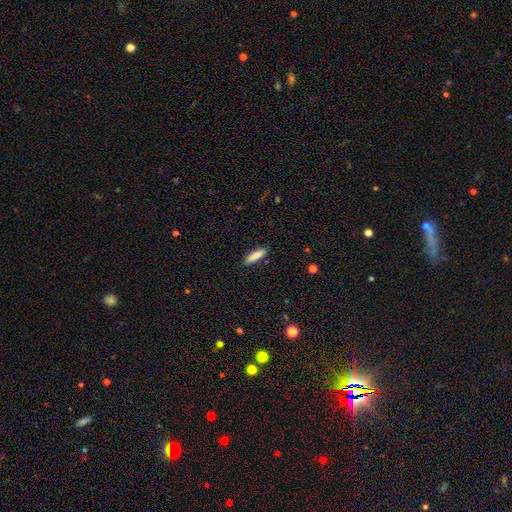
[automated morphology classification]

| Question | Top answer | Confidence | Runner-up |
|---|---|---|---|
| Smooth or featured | smooth | 85% | featured or disk (8%) |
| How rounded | cigar-shaped | 71% | in between (27%) |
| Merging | none | 89% | minor disturbance (8%) |